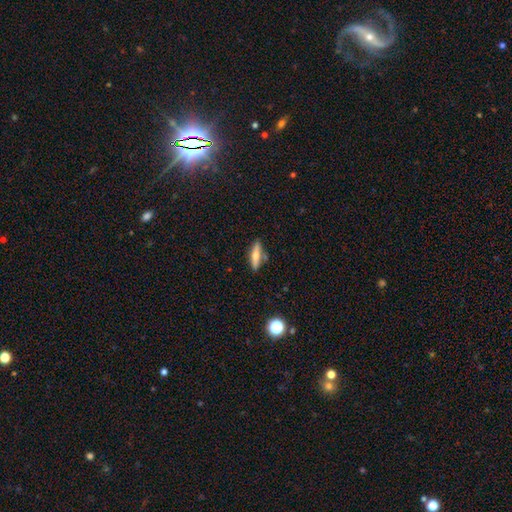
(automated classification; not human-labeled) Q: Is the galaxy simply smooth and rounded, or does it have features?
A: smooth — 49%.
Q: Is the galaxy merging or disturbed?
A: none — 81%.